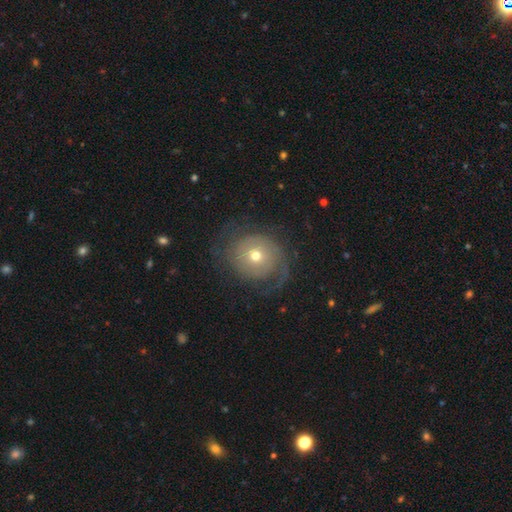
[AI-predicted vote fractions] Smooth or featured? featured or disk (54%)
Edge-on disk? no (96%)
Bar? no (82%)
Spiral arms? yes (67%)
Bulge size? moderate (51%)
Merging? none (61%)